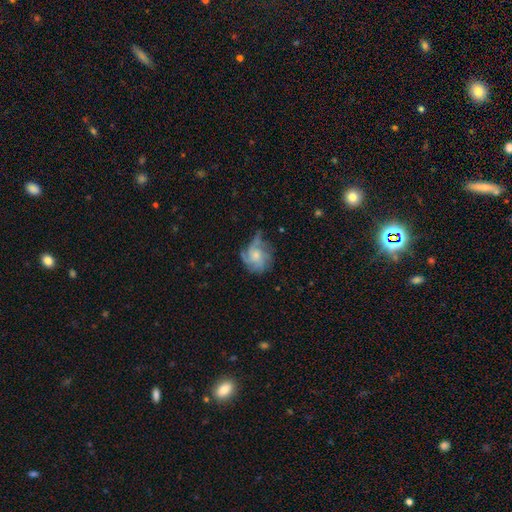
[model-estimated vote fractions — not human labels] This appears to be a featured or disk galaxy (73%) with no bar (77%), 4 (27%, tied with 3) medium (41%) spiral arms (92%) and a small central bulge (48%). Merging: none (56%).